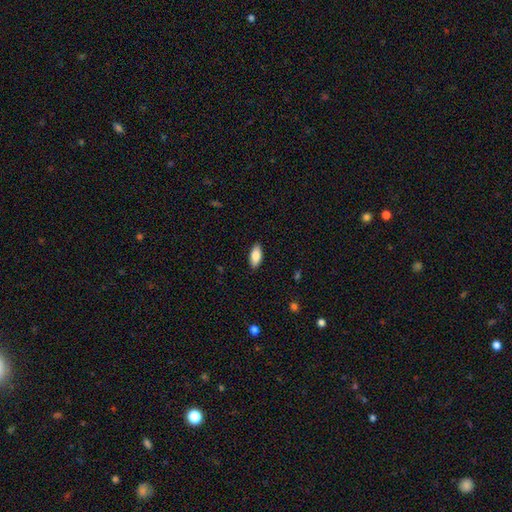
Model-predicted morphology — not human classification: smooth-or-featured: smooth: 85% | featured or disk: 9% | star or artifact: 6%
  how-rounded: in between: 89% | cigar-shaped: 9% | round: 2%
  merging: none: 89% | minor disturbance: 8% | major disturbance: 2% | merger: 1%